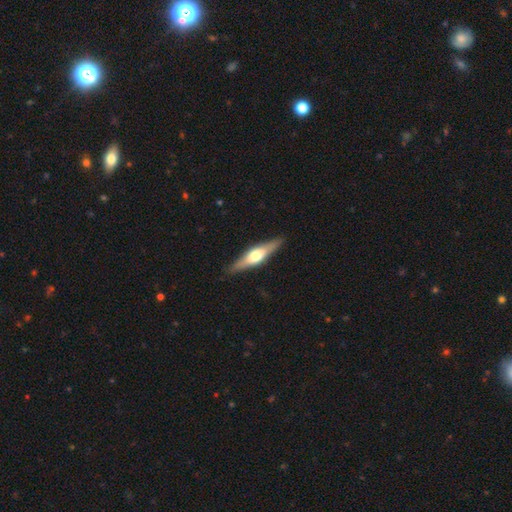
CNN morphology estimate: Smooth or featured: featured or disk — 65% (smooth — 30%)
Edge-on disk: yes — 96% (no — 4%)
Edge-on bulge: rounded — 91% (boxy — 7%)
Merging: none — 89% (minor disturbance — 8%)